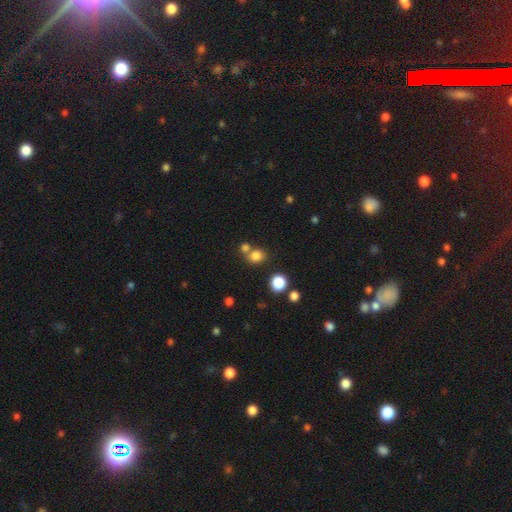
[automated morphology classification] smooth 79%, star or artifact 14%, featured or disk 6%. Down the decision tree: how rounded — round (75%); merging — none (59%).